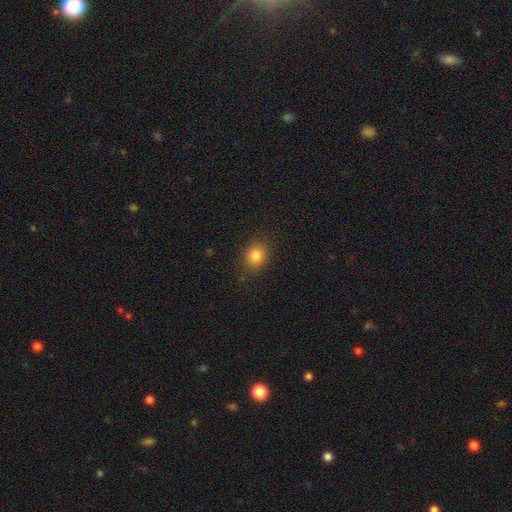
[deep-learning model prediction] A smooth galaxy with no disk features (82%) that is round (67%). Merging: none (86%).